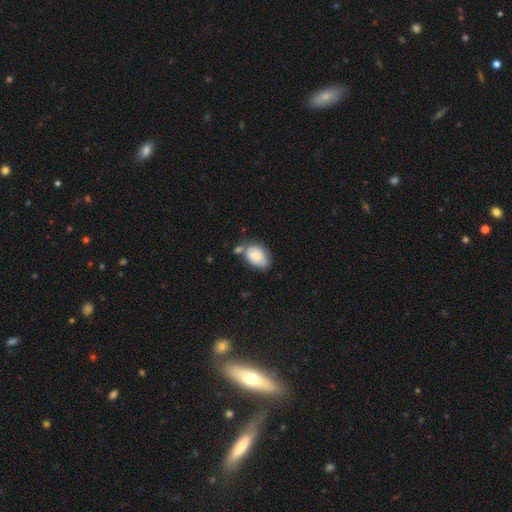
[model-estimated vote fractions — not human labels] Smooth or featured? Predicted: smooth (p=0.79). How rounded? Predicted: in between (p=0.82). Merging? Predicted: none (p=0.42).